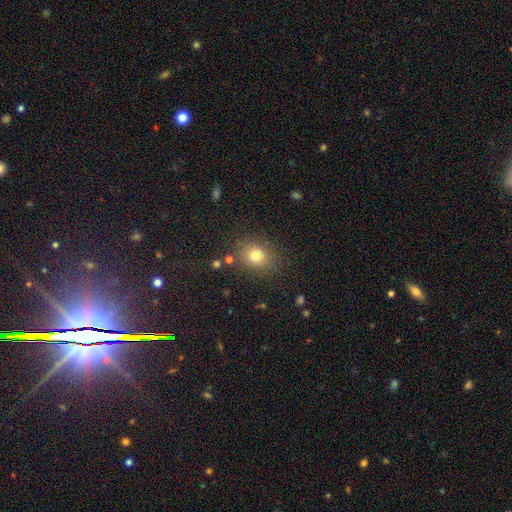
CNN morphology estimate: smooth-or-featured: smooth: 76% | star or artifact: 14% | featured or disk: 9%
  how-rounded: round: 60% | in between: 39% | cigar-shaped: 1%
  merging: none: 82% | minor disturbance: 11% | major disturbance: 4% | merger: 3%